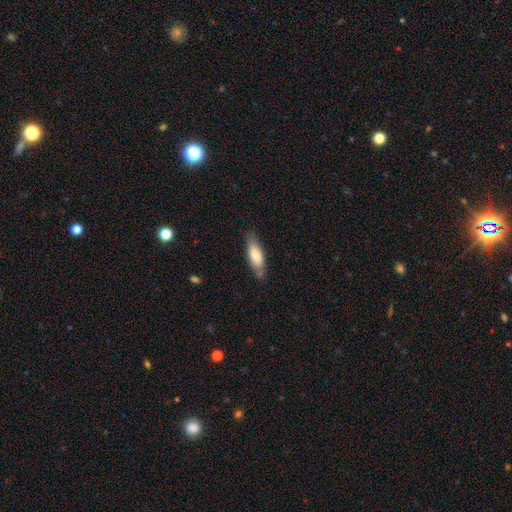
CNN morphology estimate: Smooth or featured: smooth — 77% (featured or disk — 17%)
How rounded: in between — 59% (cigar-shaped — 40%)
Merging: none — 75% (minor disturbance — 18%)